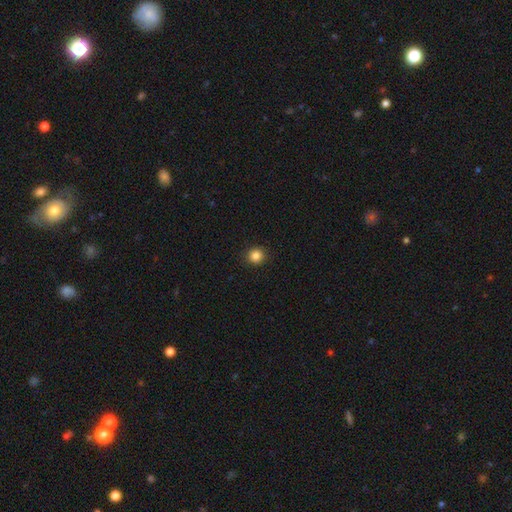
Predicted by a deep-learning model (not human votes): Smooth or featured: smooth — 85% (star or artifact — 11%)
How rounded: round — 90% (in between — 9%)
Merging: none — 92% (minor disturbance — 6%)